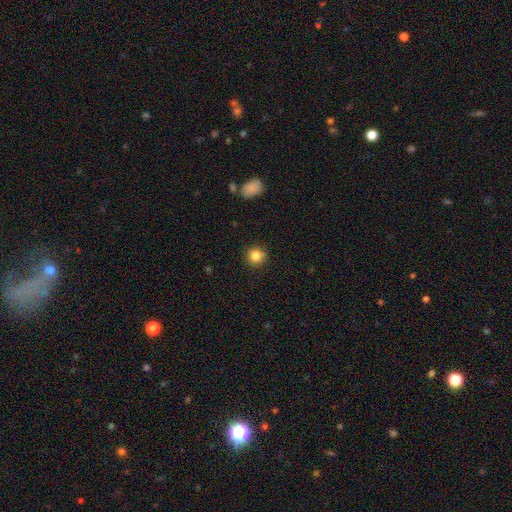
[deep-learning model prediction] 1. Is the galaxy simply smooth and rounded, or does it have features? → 83% smooth, 11% star or artifact, 6% featured or disk.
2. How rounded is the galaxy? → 92% round, 7% in between, 1% cigar-shaped.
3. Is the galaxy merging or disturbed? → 83% none, 11% minor disturbance, 3% merger, 3% major disturbance.